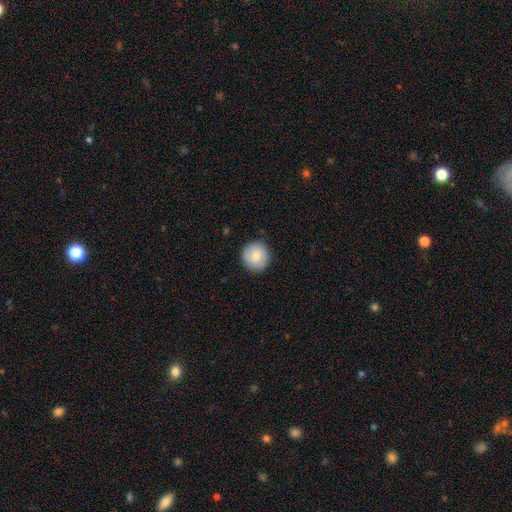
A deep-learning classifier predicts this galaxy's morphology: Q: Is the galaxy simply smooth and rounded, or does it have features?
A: smooth — 77%.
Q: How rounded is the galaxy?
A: round — 93%.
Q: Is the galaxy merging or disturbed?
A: none — 88%.